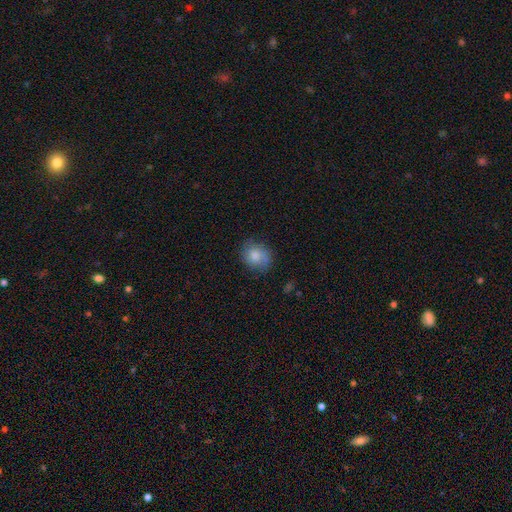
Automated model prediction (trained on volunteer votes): Smooth or featured? smooth (81%)
How rounded? round (65%)
Merging? none (74%)